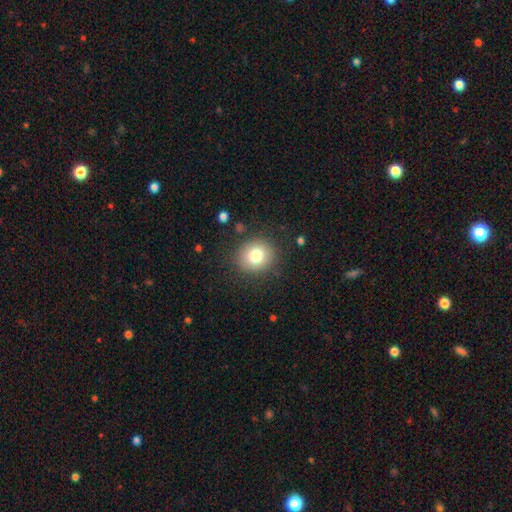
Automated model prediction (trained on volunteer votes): smooth_or_featured: smooth (p=0.79) [alt: featured or disk p=0.11]
how_rounded: round (p=0.77) [alt: in between p=0.22]
merging: none (p=0.86) [alt: minor disturbance p=0.09]